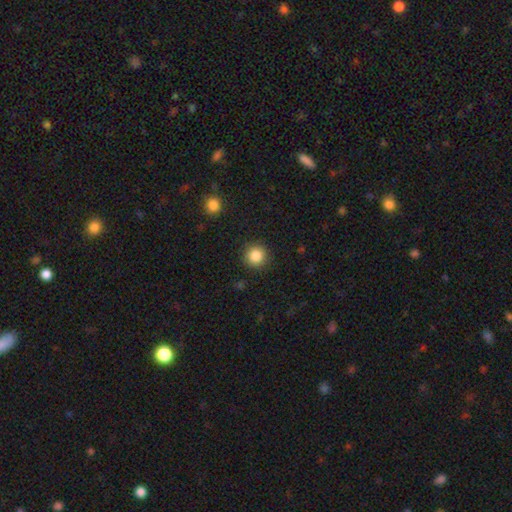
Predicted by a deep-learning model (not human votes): Morphology: type=smooth (85%); roundness=round (94%); merging=none (90%).